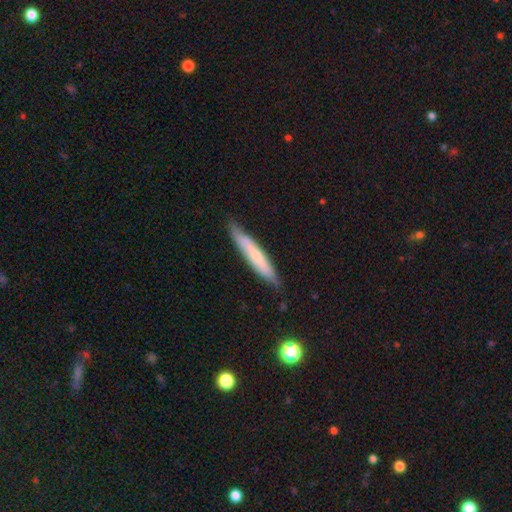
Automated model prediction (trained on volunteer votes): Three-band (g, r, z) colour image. It shows a smooth galaxy with no disk features (60%) that is cigar-shaped (92%). Merging: none (81%).